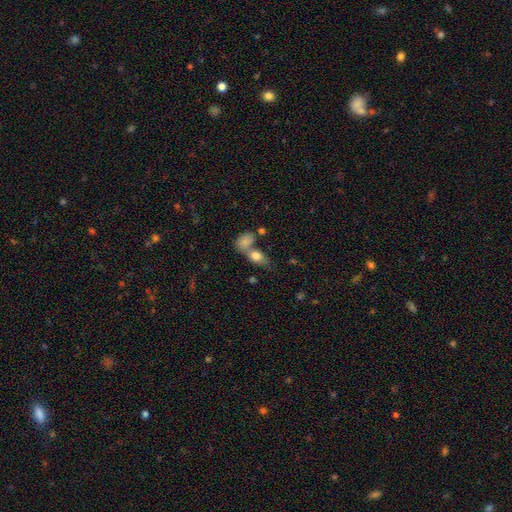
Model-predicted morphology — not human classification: smooth 78%, featured or disk 13%, star or artifact 9%. Down the decision tree: how rounded — in between (80%); merging — merger (49%).